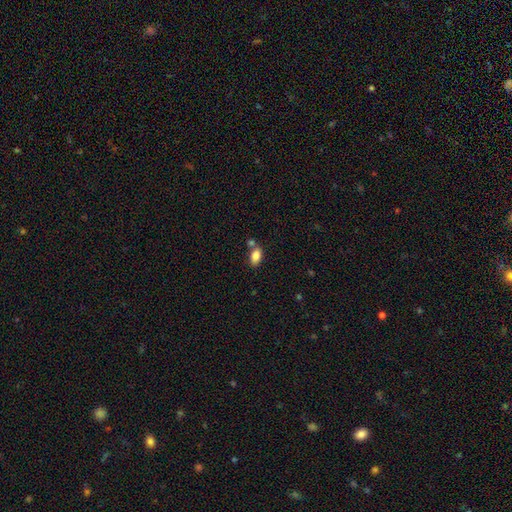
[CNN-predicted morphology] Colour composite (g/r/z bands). It shows a smooth galaxy with no disk features (84%) that is in between round and cigar-shaped (90%). Merging: none (63%).